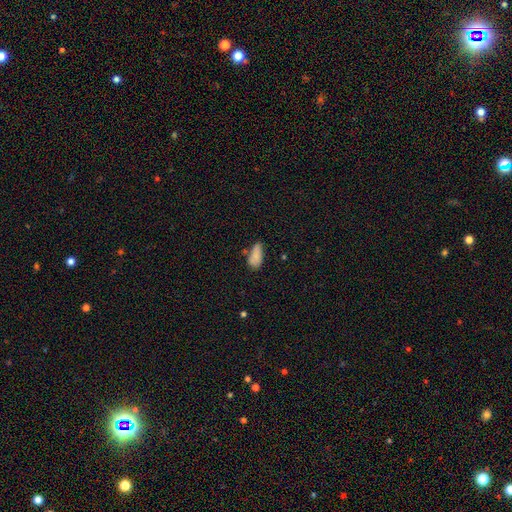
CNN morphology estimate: Smooth or featured? smooth (83%)
How rounded? in between (85%)
Merging? none (54%)